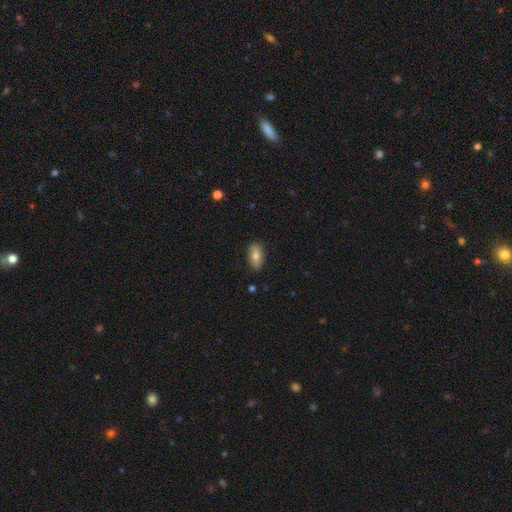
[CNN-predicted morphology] type=smooth (75%); roundness=in between (86%); merging=none (82%).